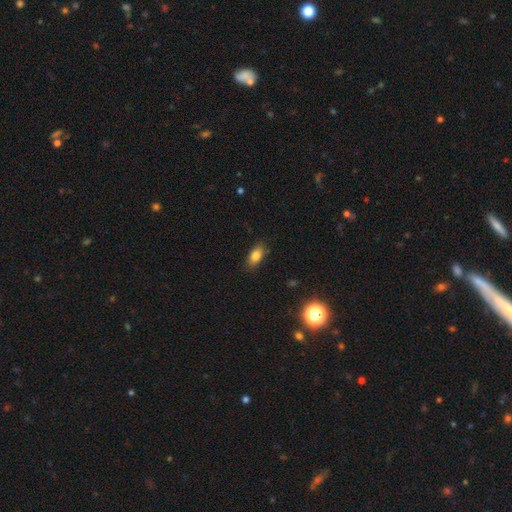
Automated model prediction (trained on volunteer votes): smooth-or-featured: smooth: 81% | featured or disk: 10% | star or artifact: 9%
  how-rounded: in between: 86% | cigar-shaped: 9% | round: 6%
  merging: none: 84% | minor disturbance: 12% | major disturbance: 3% | merger: 1%